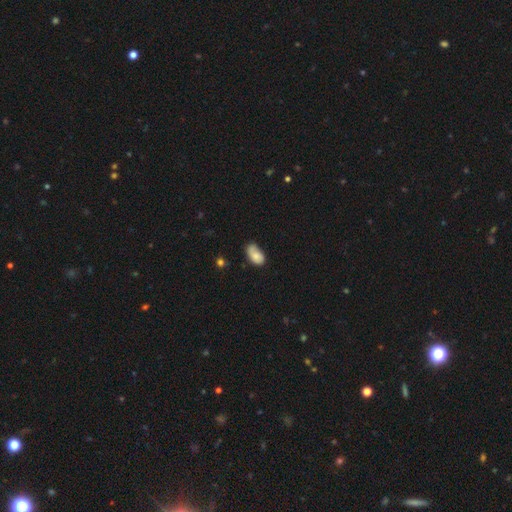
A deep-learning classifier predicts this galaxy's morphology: The model was most divided on "merging": none: 47%, minor disturbance: 38%, major disturbance: 11%, merger: 5%. More confident: how rounded — in between (92%); smooth or featured — smooth (75%).